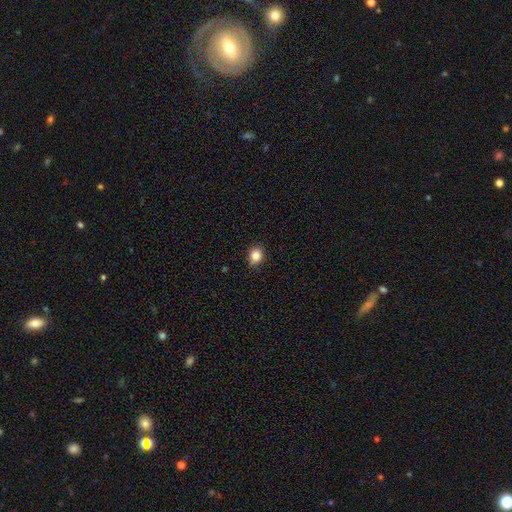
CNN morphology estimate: smooth-or-featured: smooth: 85% | star or artifact: 10% | featured or disk: 5%
  how-rounded: round: 54% | in between: 44% | cigar-shaped: 1%
  merging: none: 86% | minor disturbance: 11% | major disturbance: 2% | merger: 1%